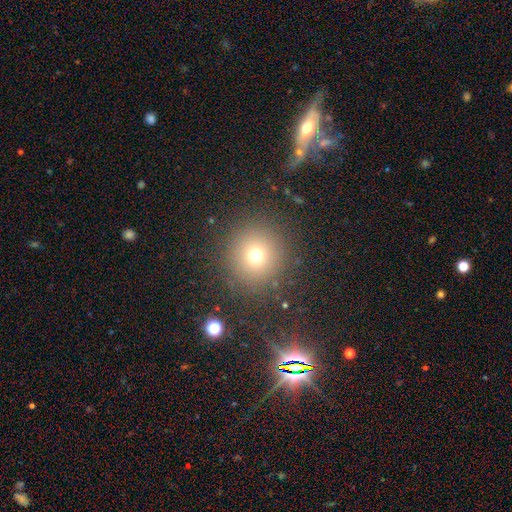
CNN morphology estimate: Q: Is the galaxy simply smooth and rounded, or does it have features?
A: smooth — 70%.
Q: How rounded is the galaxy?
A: round — 94%.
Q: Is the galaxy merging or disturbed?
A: none — 87%.